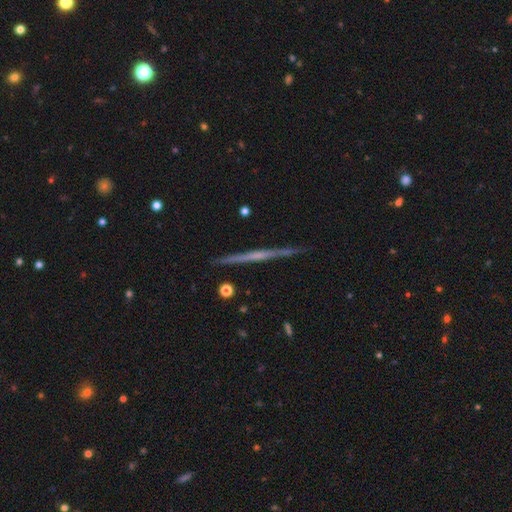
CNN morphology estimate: Smooth or featured? featured or disk (71%)
Edge-on disk? yes (98%)
Edge-on bulge? none (71%)
Merging? none (91%)